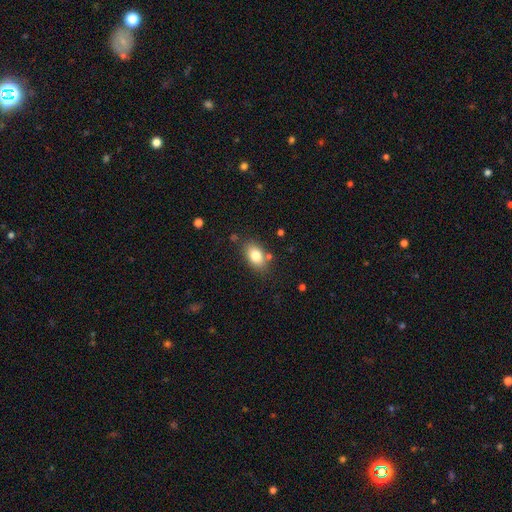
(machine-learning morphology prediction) Smooth or featured: smooth — 80% (featured or disk — 11%)
How rounded: in between — 86% (round — 12%)
Merging: none — 78% (minor disturbance — 14%)